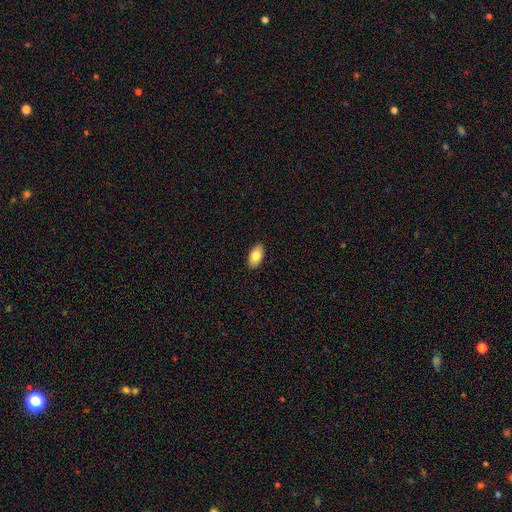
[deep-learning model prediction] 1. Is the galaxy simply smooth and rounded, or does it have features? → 82% smooth, 11% featured or disk, 7% star or artifact.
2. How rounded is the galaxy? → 94% in between, 4% round, 2% cigar-shaped.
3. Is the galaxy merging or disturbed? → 90% none, 8% minor disturbance, 2% major disturbance, 1% merger.